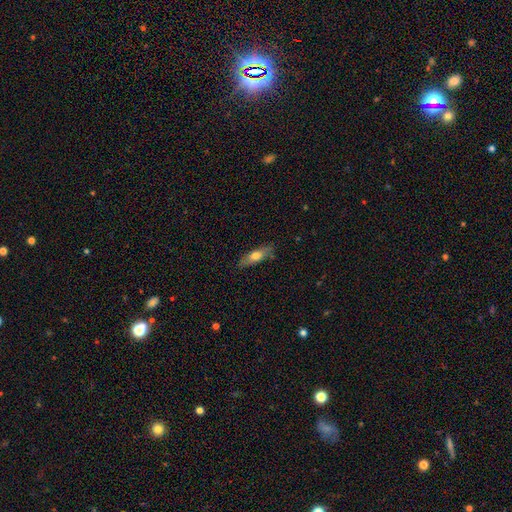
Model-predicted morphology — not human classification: This appears to be a smooth galaxy with no disk features (64%) that is in between round and cigar-shaped (49%). Merging: none (81%).